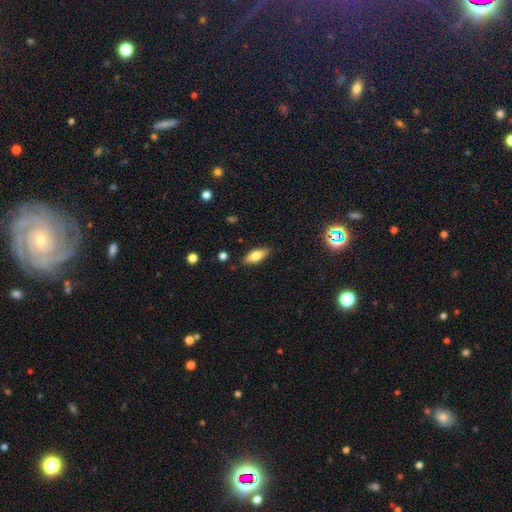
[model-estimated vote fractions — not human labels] Morphology: type=smooth (75%); roundness=in between (79%); merging=none (86%).